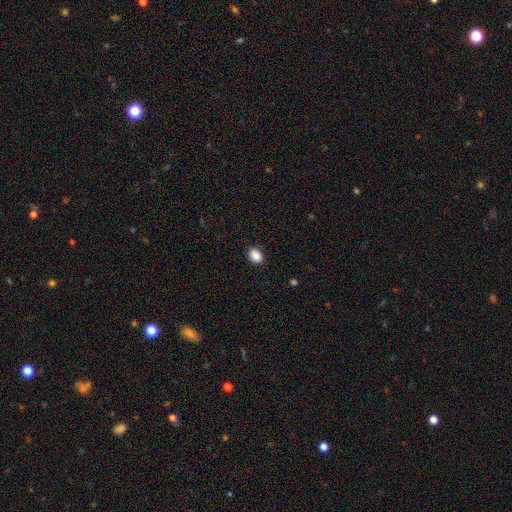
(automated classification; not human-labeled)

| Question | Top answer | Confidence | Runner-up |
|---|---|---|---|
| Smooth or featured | smooth | 89% | star or artifact (8%) |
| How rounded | in between | 65% | round (34%) |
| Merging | none | 88% | minor disturbance (9%) |